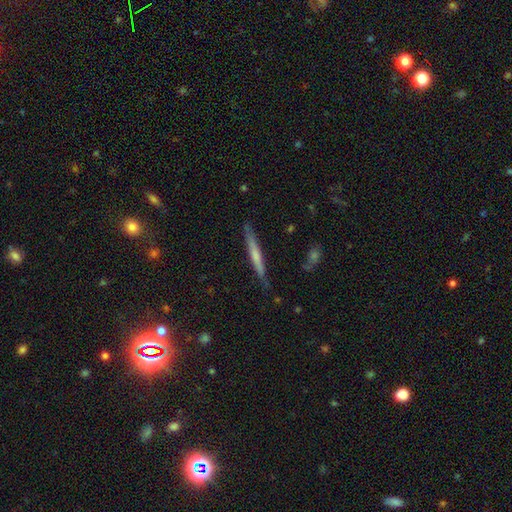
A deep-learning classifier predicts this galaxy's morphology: smooth_or_featured: smooth (p=0.49) [alt: featured or disk p=0.45]
merging: none (p=0.84) [alt: minor disturbance p=0.13]